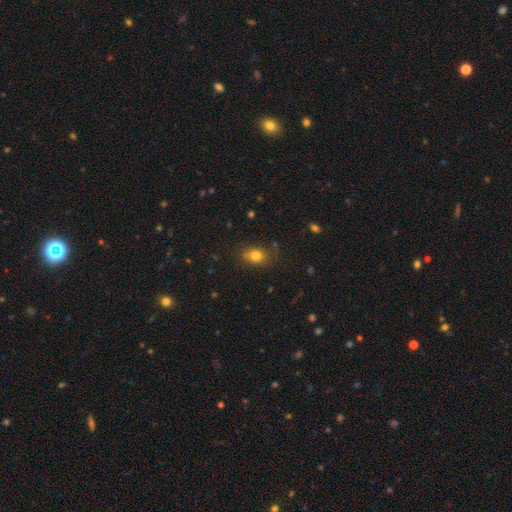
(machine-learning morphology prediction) This is likely a smooth galaxy (79%). How rounded: possibly in between (53%). Merging: likely none (73%).